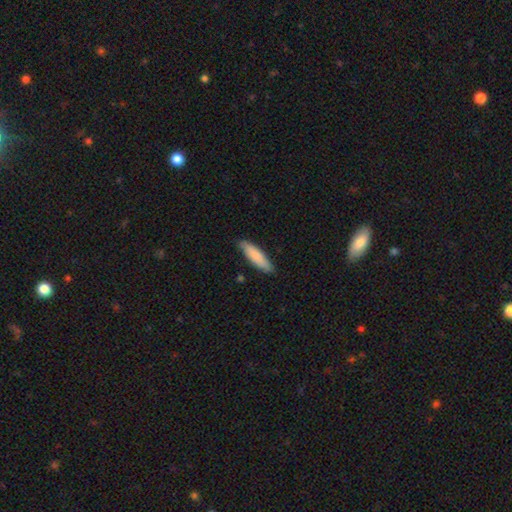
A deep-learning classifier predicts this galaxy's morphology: Overall: smooth (84%). How rounded: cigar-shaped (67%; in between 32%). Merging: none (84%).